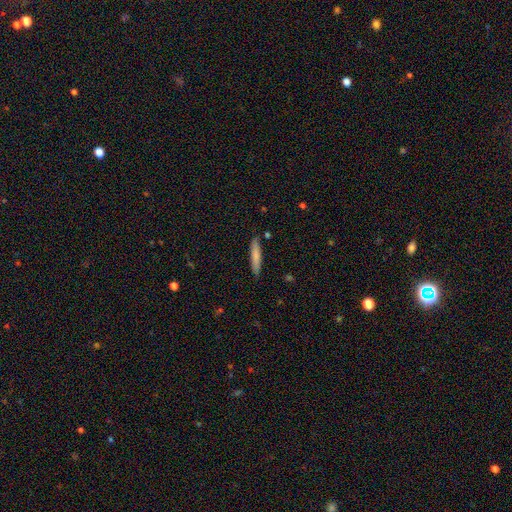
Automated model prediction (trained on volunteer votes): This is likely a smooth galaxy (79%). How rounded: clearly cigar-shaped (90%). Merging: clearly none (87%).